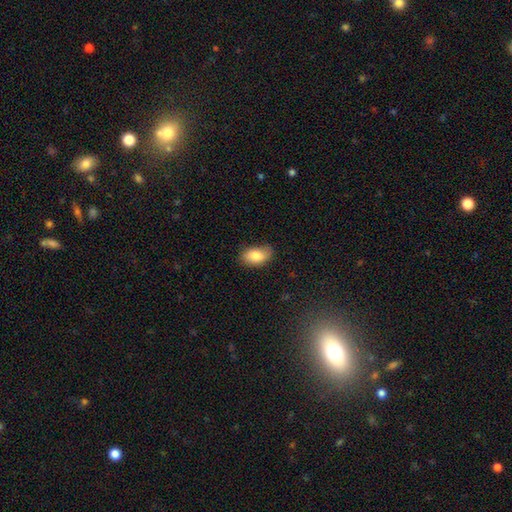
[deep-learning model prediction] Overall: smooth (83%). How rounded: in between (92%). Merging: none (73%).